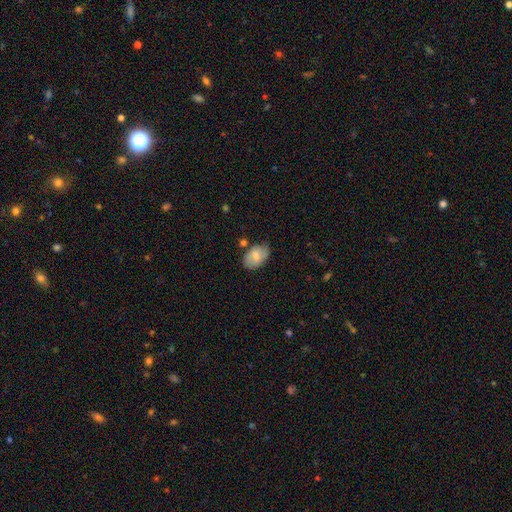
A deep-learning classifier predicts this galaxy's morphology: Smooth or featured: smooth — 75% (featured or disk — 18%)
How rounded: in between — 89% (round — 9%)
Merging: none — 65% (minor disturbance — 24%)